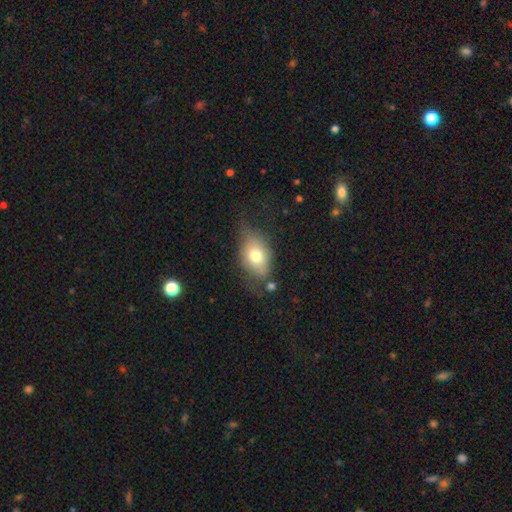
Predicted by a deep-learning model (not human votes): A smooth galaxy with no disk features (69%) that is in between round and cigar-shaped (78%). Merging: none (51%).